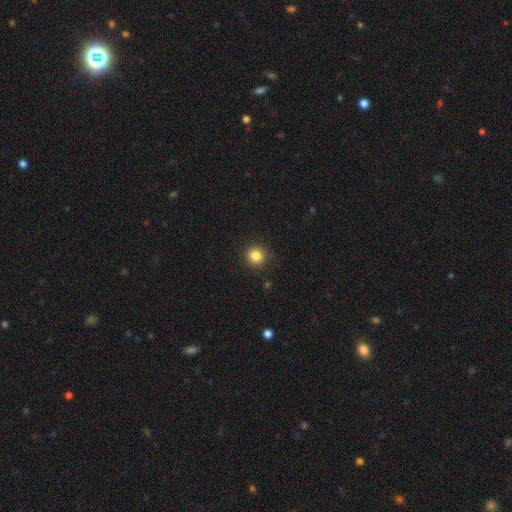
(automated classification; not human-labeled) Overall: smooth (84%). How rounded: round (95%). Merging: none (91%).